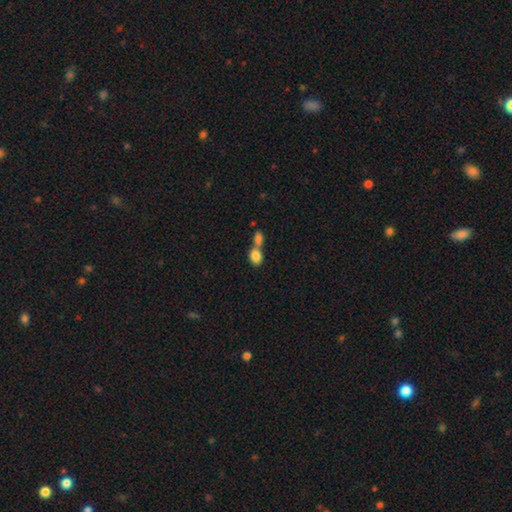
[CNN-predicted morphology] This is clearly a smooth galaxy (84%). How rounded: likely in between (68%). Merging: likely merger (65%).